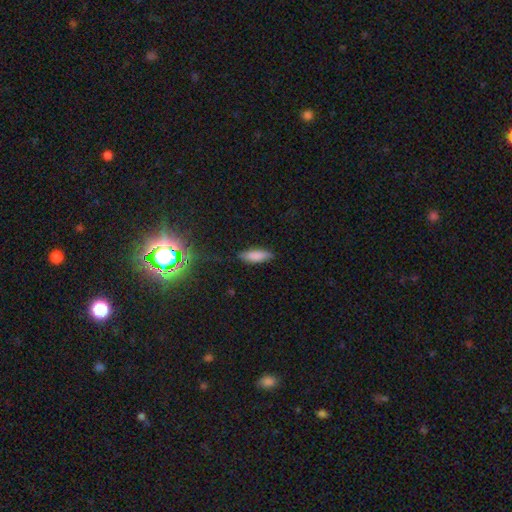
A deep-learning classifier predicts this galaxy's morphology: Smooth or featured? smooth (82%)
How rounded? in between (58%)
Merging? none (81%)